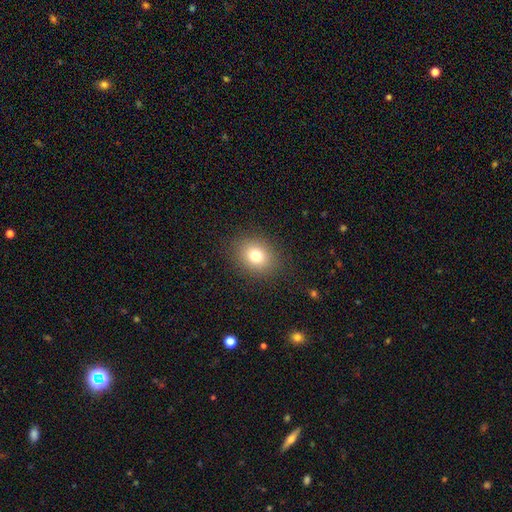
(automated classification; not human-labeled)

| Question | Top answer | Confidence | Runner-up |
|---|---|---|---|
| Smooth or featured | smooth | 78% | star or artifact (13%) |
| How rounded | round | 58% | in between (41%) |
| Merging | none | 87% | minor disturbance (8%) |